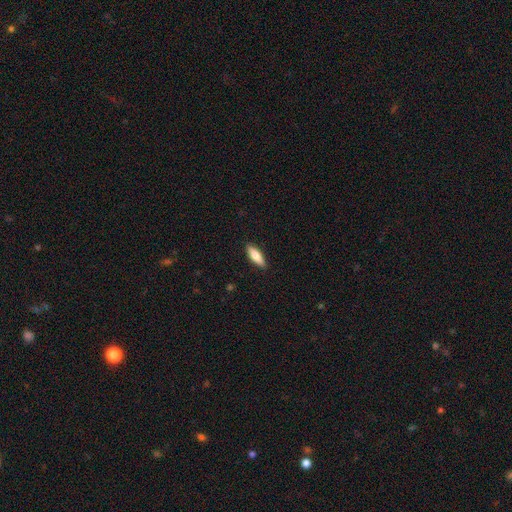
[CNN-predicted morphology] Overall: smooth (74%). How rounded: in between (52%; cigar-shaped 46%). Merging: none (89%).